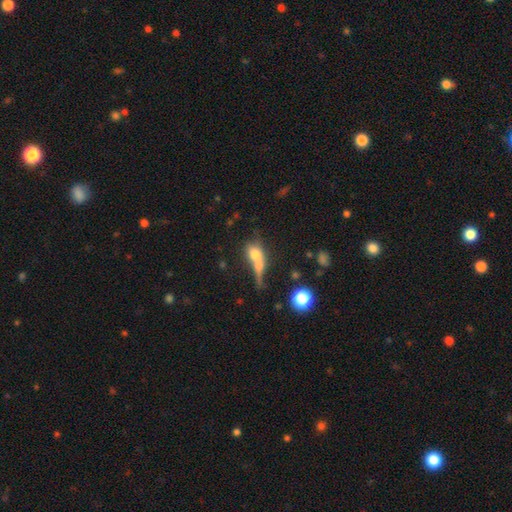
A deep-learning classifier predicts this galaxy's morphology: The model was most divided on "how rounded": in between: 47%, round: 36%, cigar-shaped: 17%. More confident: smooth or featured — smooth (63%); merging — merger (53%).